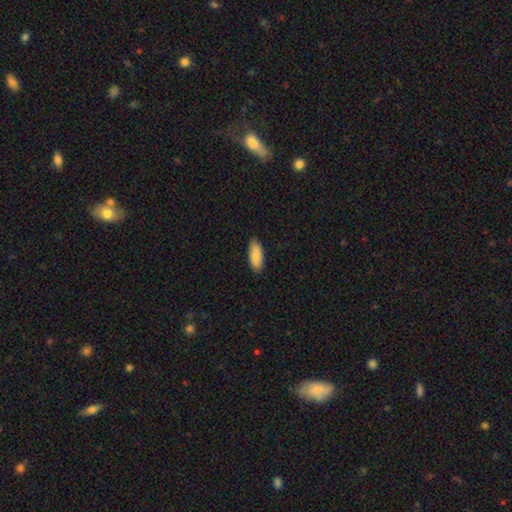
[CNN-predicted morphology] smooth_or_featured: smooth (p=0.87) [alt: featured or disk p=0.07]
how_rounded: in between (p=0.77) [alt: cigar-shaped p=0.21]
merging: none (p=0.89) [alt: minor disturbance p=0.09]